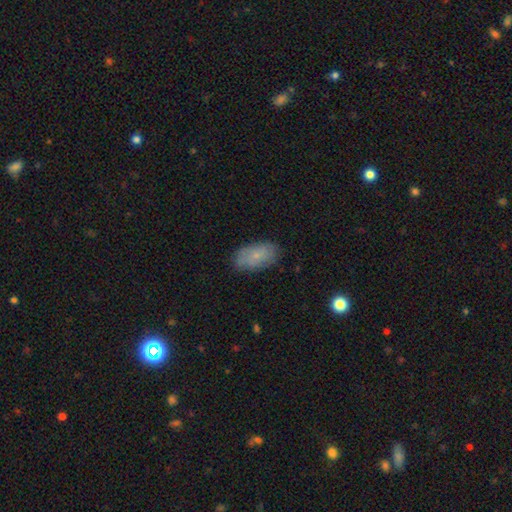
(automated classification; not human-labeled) Smooth or featured? smooth (72%)
How rounded? in between (93%)
Merging? none (77%)